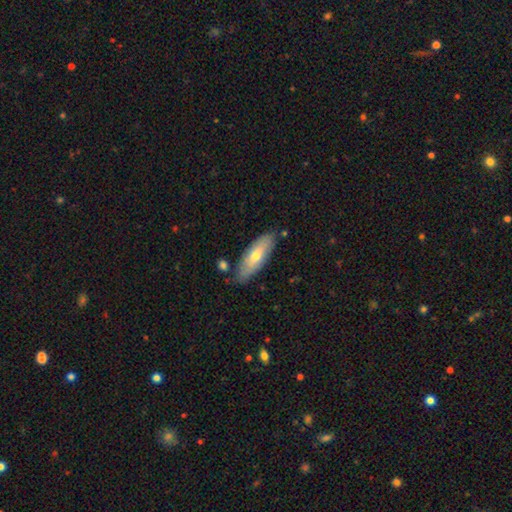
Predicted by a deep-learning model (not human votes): Smooth or featured? smooth (64%)
How rounded? in between (58%)
Merging? none (77%)